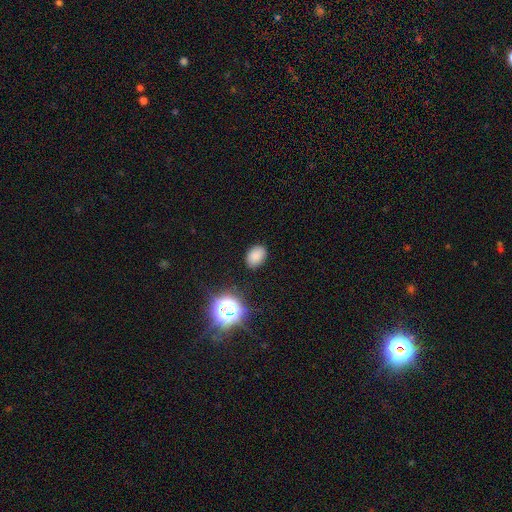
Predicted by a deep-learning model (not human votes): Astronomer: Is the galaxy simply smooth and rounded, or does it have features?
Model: smooth — 80%.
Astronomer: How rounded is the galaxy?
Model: in between — 77%.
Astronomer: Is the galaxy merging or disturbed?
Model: none — 85%.